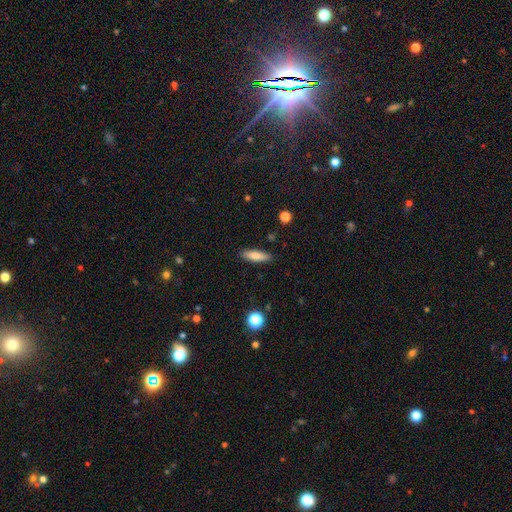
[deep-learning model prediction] Q: Smooth or featured?
A: smooth (79%); runner-up: featured or disk (14%)
Q: How rounded?
A: cigar-shaped (58%); runner-up: in between (40%)
Q: Merging?
A: none (88%); runner-up: minor disturbance (9%)